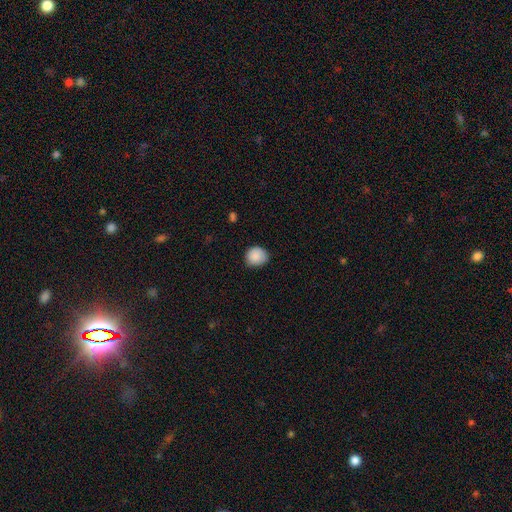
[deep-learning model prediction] smooth-or-featured: smooth: 88% | star or artifact: 8% | featured or disk: 4%
  how-rounded: round: 80% | in between: 19% | cigar-shaped: 1%
  merging: none: 78% | minor disturbance: 18% | major disturbance: 3% | merger: 1%